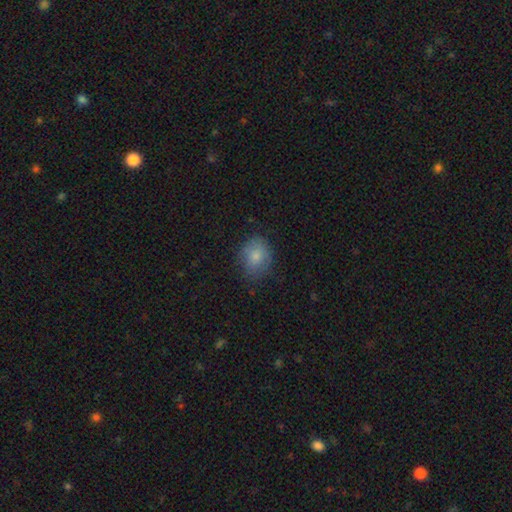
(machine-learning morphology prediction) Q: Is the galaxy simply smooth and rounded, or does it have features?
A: smooth — 79%.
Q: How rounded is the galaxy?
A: round — 56%.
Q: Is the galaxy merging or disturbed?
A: none — 70%.